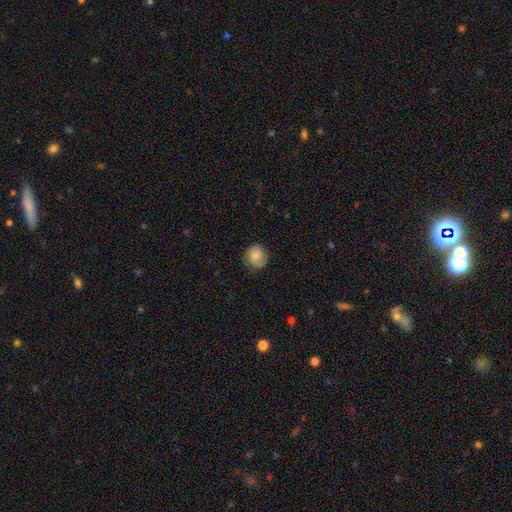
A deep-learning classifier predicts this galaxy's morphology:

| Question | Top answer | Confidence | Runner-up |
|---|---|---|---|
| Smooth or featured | smooth | 67% | featured or disk (25%) |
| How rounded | round | 83% | in between (16%) |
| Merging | none | 78% | minor disturbance (16%) |